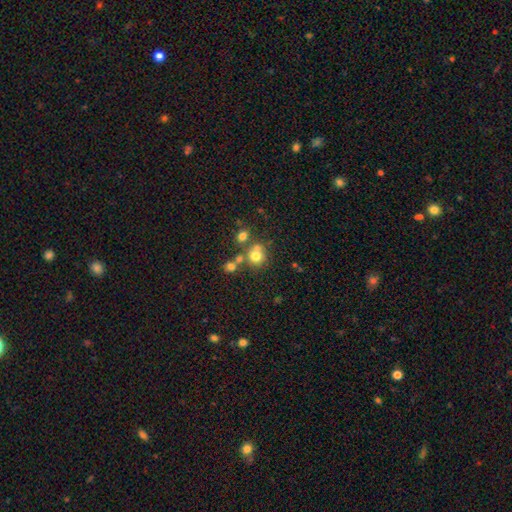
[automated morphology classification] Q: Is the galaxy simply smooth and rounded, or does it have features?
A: smooth — 72%.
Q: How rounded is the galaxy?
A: round — 83%.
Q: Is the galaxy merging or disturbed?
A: none — 56%.